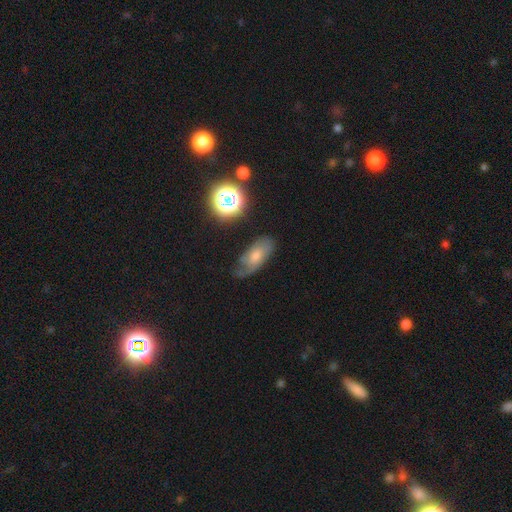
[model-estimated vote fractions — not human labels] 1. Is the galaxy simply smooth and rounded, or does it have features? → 49% featured or disk, 38% smooth, 13% star or artifact.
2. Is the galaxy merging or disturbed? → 54% none, 29% minor disturbance, 14% major disturbance, 3% merger.